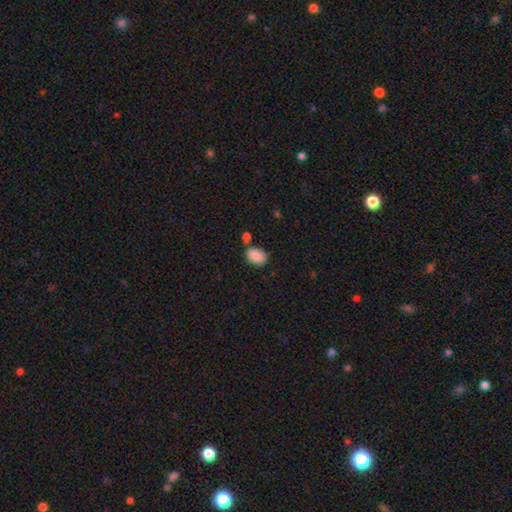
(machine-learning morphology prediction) This appears to be a smooth galaxy with no disk features (88%) that is in between round and cigar-shaped (85%). Merging: none (64%).